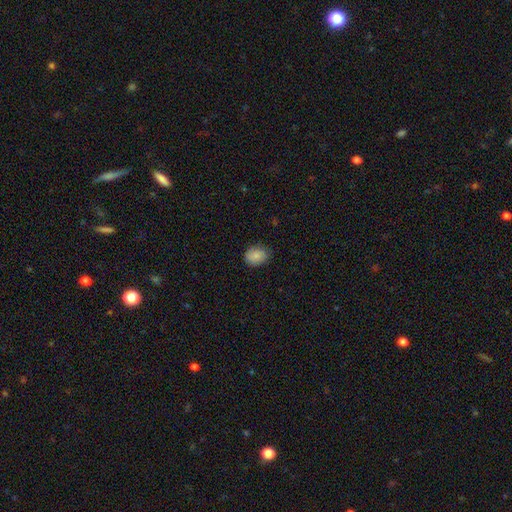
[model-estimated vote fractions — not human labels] Smooth or featured? smooth (83%)
How rounded? in between (63%)
Merging? none (77%)